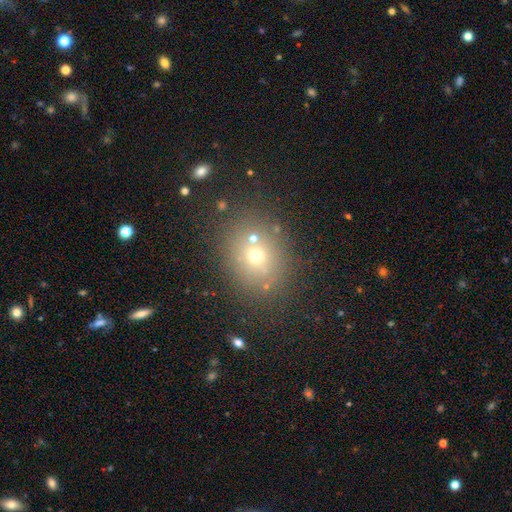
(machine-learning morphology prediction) The model was most divided on "how rounded": round: 61%, in between: 38%, cigar-shaped: 1%. More confident: merging — none (76%); smooth or featured — smooth (63%).